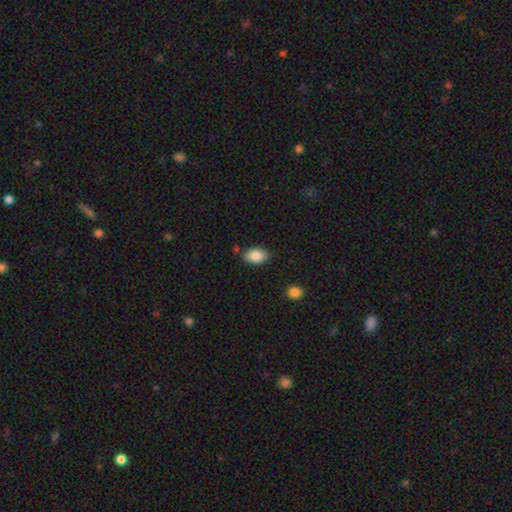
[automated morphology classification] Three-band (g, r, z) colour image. It shows a smooth galaxy with no disk features (85%) that is in between round and cigar-shaped (90%). Merging: none (80%).